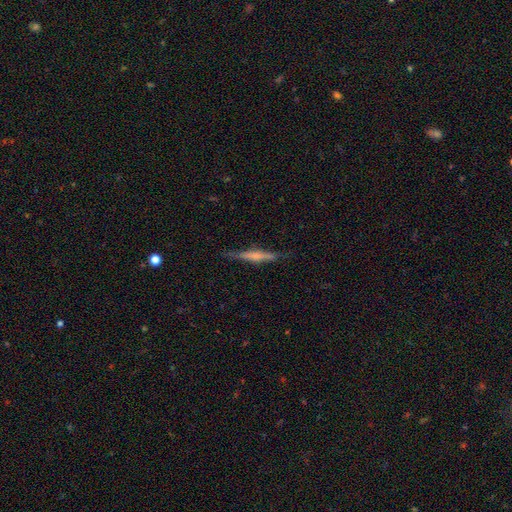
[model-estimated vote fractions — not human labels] Overall: featured or disk (60%; smooth 34%). Edge-on disk: yes (97%). Edge-on bulge: rounded (50%; none 27%). Merging: none (85%).